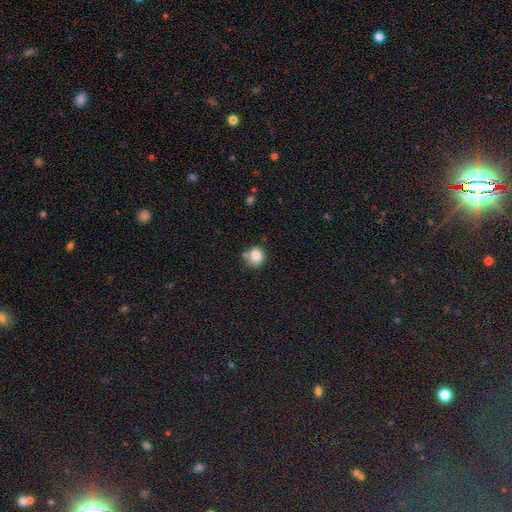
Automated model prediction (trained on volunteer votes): A smooth galaxy with no disk features (84%) that is round (86%). Merging: none (64%).